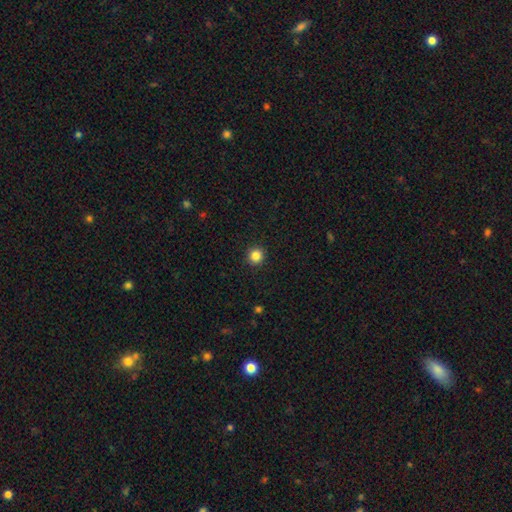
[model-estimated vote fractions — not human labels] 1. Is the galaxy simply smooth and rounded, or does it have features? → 84% smooth, 11% star or artifact, 4% featured or disk.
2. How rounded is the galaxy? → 95% round, 5% in between, 1% cigar-shaped.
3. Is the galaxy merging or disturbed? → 93% none, 5% minor disturbance, 2% major disturbance, 1% merger.